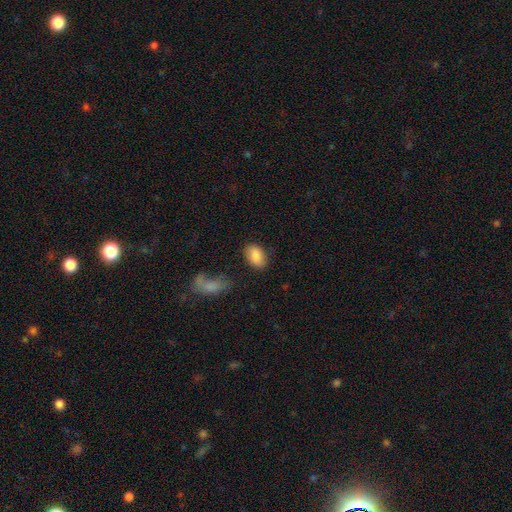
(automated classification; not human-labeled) A smooth galaxy with no disk features (86%) that is in between round and cigar-shaped (89%). Merging: none (77%).